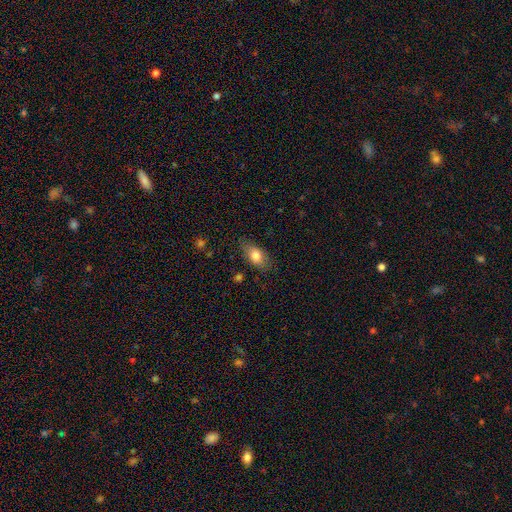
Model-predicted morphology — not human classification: A smooth galaxy with no disk features (78%) that is in between round and cigar-shaped (87%).

Vote fractions:
- Smooth or featured? smooth: 78% / featured or disk: 15% / star or artifact: 8%
- How rounded? in between: 87% / round: 7% / cigar-shaped: 7%
- Merging? none: 78% / minor disturbance: 17% / major disturbance: 4% / merger: 1%